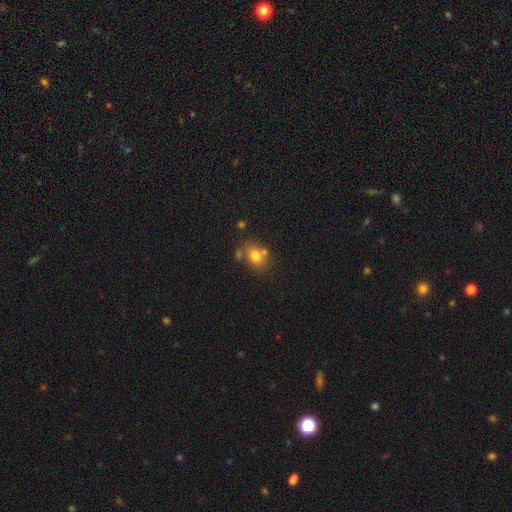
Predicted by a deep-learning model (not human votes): Smooth or featured: smooth — 77% (featured or disk — 12%)
How rounded: in between — 60% (round — 39%)
Merging: none — 59% (merger — 20%)